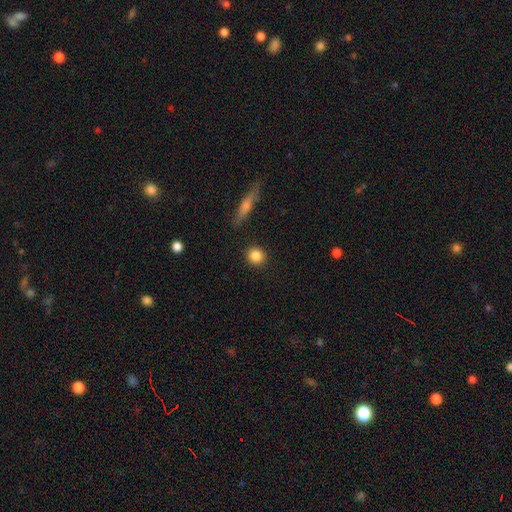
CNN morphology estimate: Smooth or featured?
  - smooth: 85% *
  - star or artifact: 9%
  - featured or disk: 6%
How rounded?
  - round: 88% *
  - in between: 10%
  - cigar-shaped: 2%
Merging?
  - none: 90% *
  - minor disturbance: 6%
  - major disturbance: 2%
  - merger: 2%